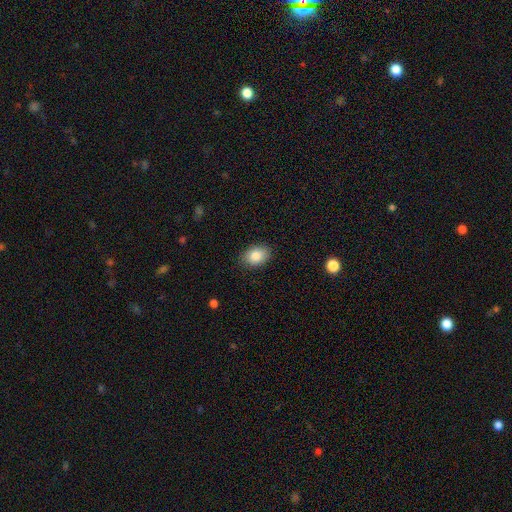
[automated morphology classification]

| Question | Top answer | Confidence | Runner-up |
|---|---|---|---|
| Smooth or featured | smooth | 85% | star or artifact (8%) |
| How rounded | in between | 76% | round (23%) |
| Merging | none | 85% | minor disturbance (12%) |